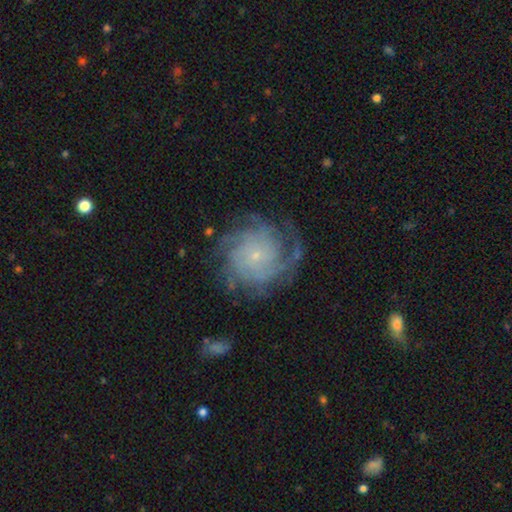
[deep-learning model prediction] A featured or disk galaxy (81%) with no bar (81%), tight (66%) spiral arms (95%) and a small central bulge (84%).

Vote fractions:
- Smooth or featured? featured or disk: 81% / smooth: 11% / star or artifact: 8%
- Edge-on disk? no: 98% / yes: 2%
- Bar? no: 81% / weak: 16% / strong: 3%
- Spiral arms? yes: 95% / no: 5%
- Spiral winding? tight: 66% / medium: 26% / loose: 8%
- Spiral arm count? can't tell: 30% / 4: 24% / more than 4: 16% / 3: 14% / 2: 10% / 1: 7%
- Bulge size? small: 84% / moderate: 9% / none: 4% / large: 1% / dominant: 1%
- Merging? none: 72% / minor disturbance: 16% / major disturbance: 10% / merger: 2%